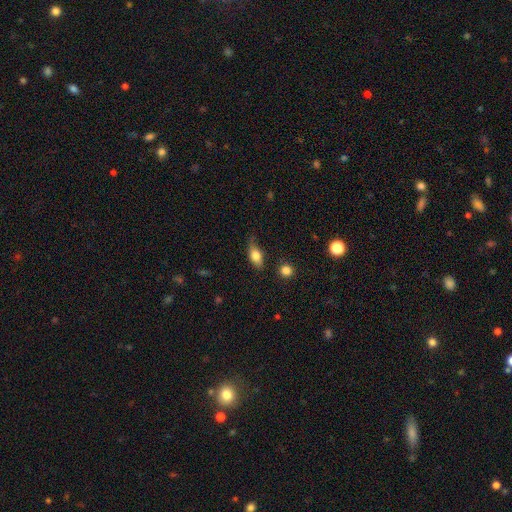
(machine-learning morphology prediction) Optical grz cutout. It shows a smooth galaxy with no disk features (77%) that is in between round and cigar-shaped (82%). Merging: none (58%).